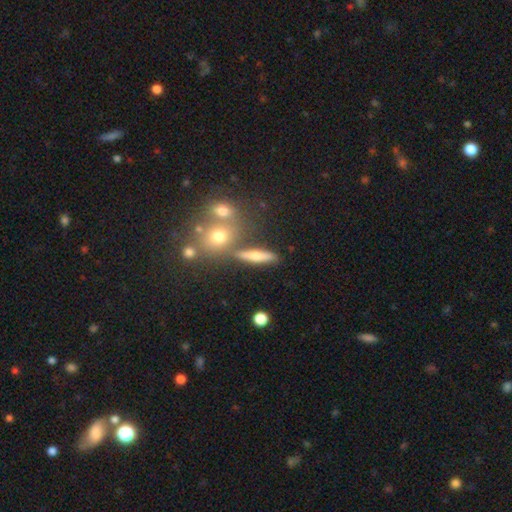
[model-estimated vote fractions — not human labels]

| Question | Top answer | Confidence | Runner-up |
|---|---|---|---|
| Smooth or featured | smooth | 60% | featured or disk (27%) |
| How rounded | cigar-shaped | 55% | in between (29%) |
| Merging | none | 70% | merger (14%) |